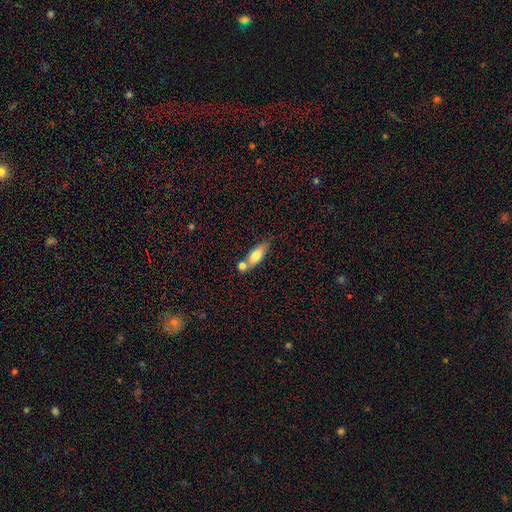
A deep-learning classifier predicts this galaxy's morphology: Q: Smooth or featured?
A: smooth (70%); runner-up: featured or disk (23%)
Q: How rounded?
A: in between (69%); runner-up: cigar-shaped (28%)
Q: Merging?
A: none (44%); runner-up: merger (38%)